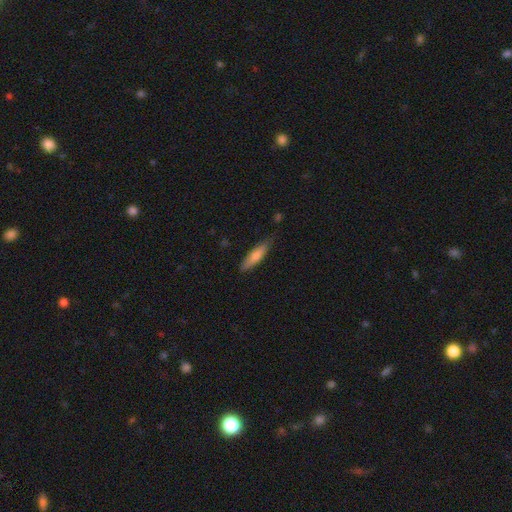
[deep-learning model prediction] The model was most divided on "smooth or featured": smooth: 69%, featured or disk: 25%, star or artifact: 6%. More confident: merging — none (79%); how rounded — cigar-shaped (74%).